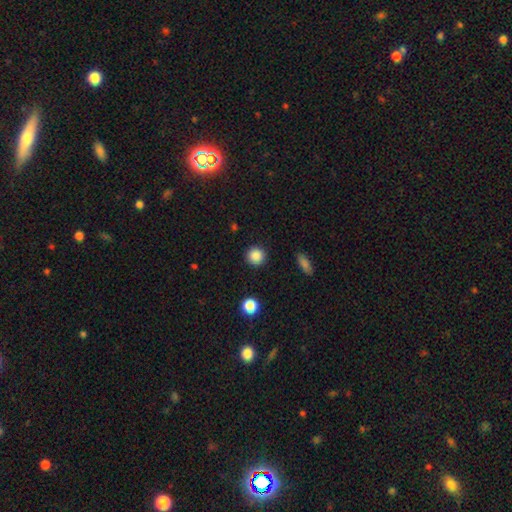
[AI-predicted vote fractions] smooth-or-featured: smooth: 87% | star or artifact: 10% | featured or disk: 3%
  how-rounded: round: 94% | in between: 5% | cigar-shaped: 1%
  merging: none: 91% | minor disturbance: 6% | major disturbance: 2% | merger: 1%